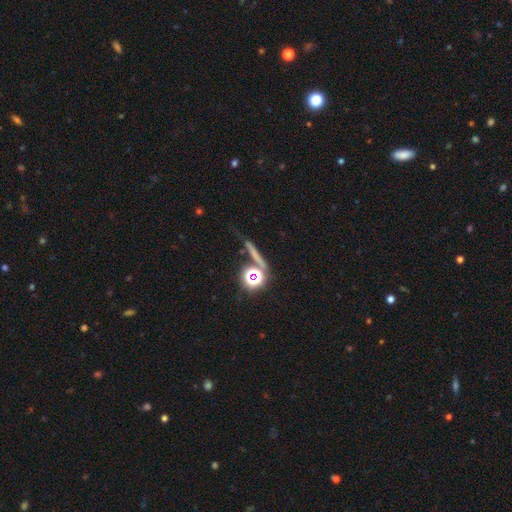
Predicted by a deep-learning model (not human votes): smooth-or-featured: smooth: 39% (tied) | star or artifact: 39% (tied) | featured or disk: 23%
  merging: none: 69% | minor disturbance: 12% | merger: 12% | major disturbance: 7%